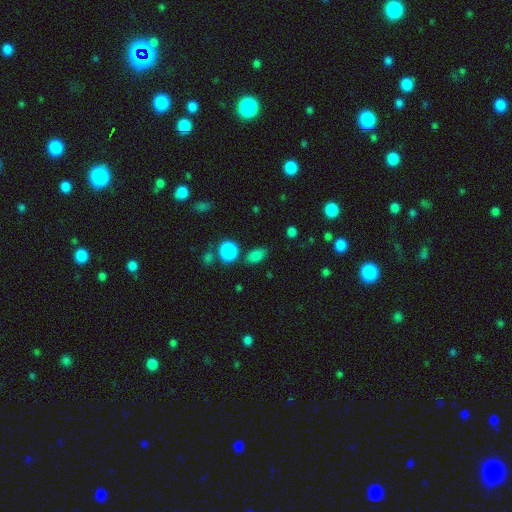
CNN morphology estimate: Smooth or featured?
  - smooth: 80% *
  - star or artifact: 15%
  - featured or disk: 5%
How rounded?
  - in between: 81% *
  - round: 17%
  - cigar-shaped: 3%
Merging?
  - none: 75% *
  - minor disturbance: 15%
  - merger: 6%
  - major disturbance: 4%